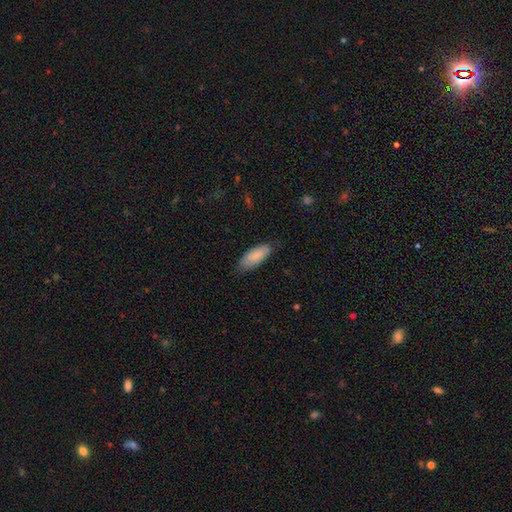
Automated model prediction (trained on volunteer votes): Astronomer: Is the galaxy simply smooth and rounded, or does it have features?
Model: smooth — 85%.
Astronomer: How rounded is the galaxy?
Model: in between — 82%.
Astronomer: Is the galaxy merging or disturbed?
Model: none — 75%.